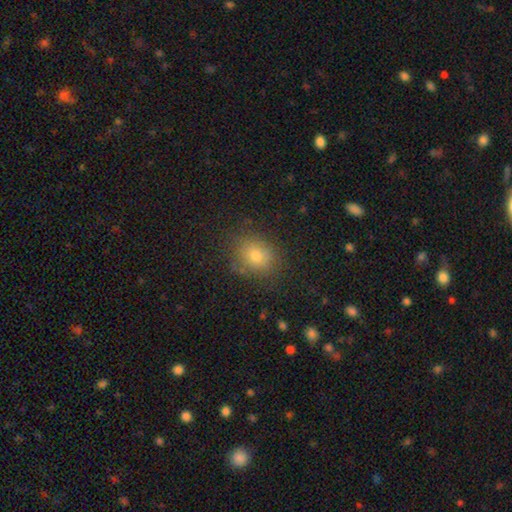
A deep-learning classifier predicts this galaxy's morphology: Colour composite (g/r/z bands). It shows a smooth galaxy with no disk features (77%) that is round (64%). Merging: none (81%).